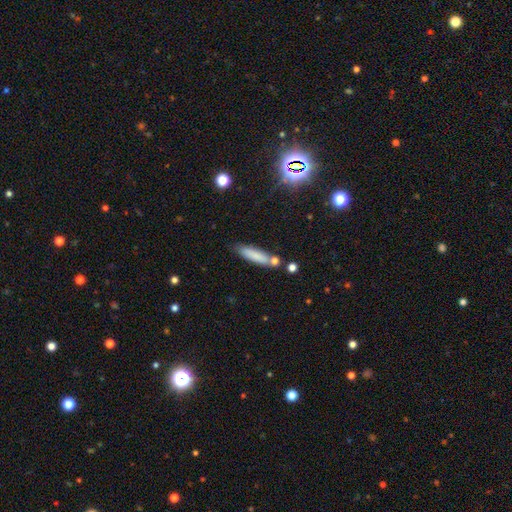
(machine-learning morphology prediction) The model was most divided on "how rounded": cigar-shaped: 74%, in between: 24%, round: 2%. More confident: smooth or featured — smooth (80%); merging — none (70%).